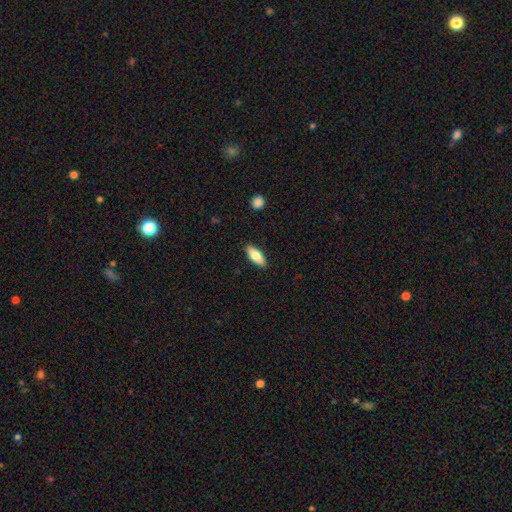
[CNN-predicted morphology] Smooth or featured? Predicted: smooth (p=0.70). How rounded? Predicted: in between (p=0.72). Merging? Predicted: none (p=0.89).